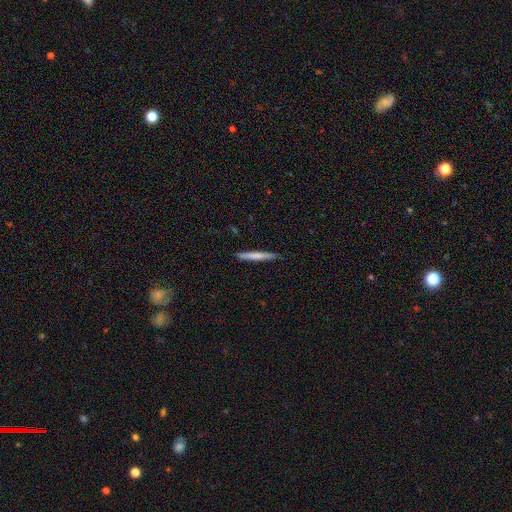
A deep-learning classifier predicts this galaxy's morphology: This appears to be a smooth galaxy with no disk features (67%) that is cigar-shaped (96%). Merging: none (89%).